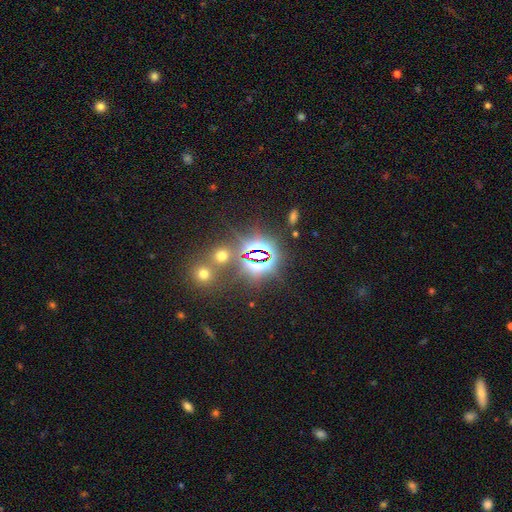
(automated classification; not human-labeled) smooth_or_featured: star or artifact (p=0.74) [alt: smooth p=0.18]